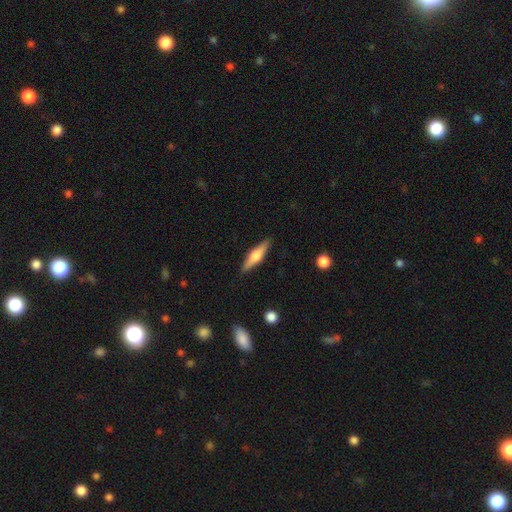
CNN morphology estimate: Q: Smooth or featured?
A: featured or disk (57%); runner-up: smooth (37%)
Q: Edge-on disk?
A: yes (96%); runner-up: no (4%)
Q: Edge-on bulge?
A: rounded (91%); runner-up: boxy (6%)
Q: Merging?
A: none (90%); runner-up: minor disturbance (8%)